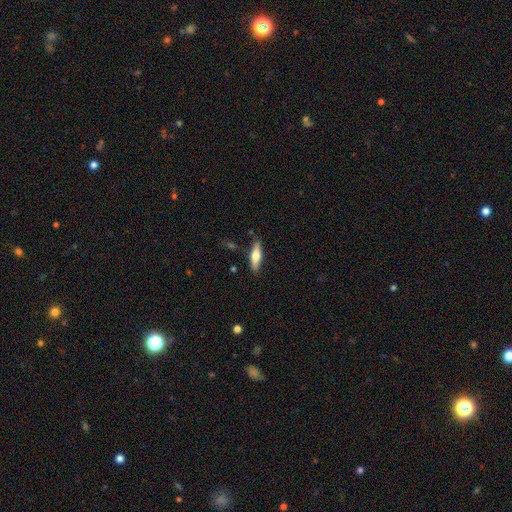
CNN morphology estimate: The model was most divided on "smooth or featured": smooth: 55%, featured or disk: 39%, star or artifact: 6%. More confident: merging — none (84%); how rounded — cigar-shaped (61%).